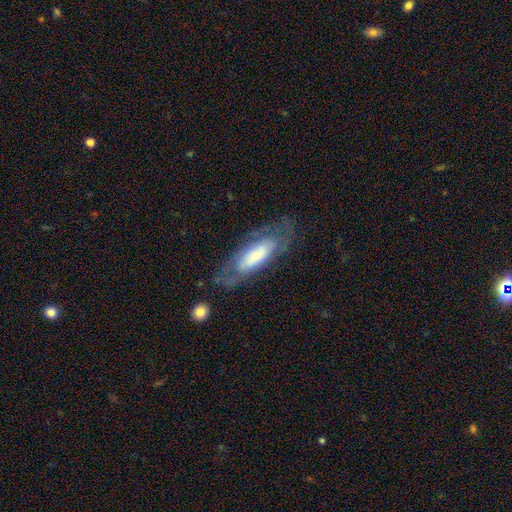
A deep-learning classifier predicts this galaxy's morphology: Smooth or featured: featured or disk — 53% (smooth — 40%)
Edge-on disk: no — 76% (yes — 24%)
Merging: none — 67% (minor disturbance — 19%)